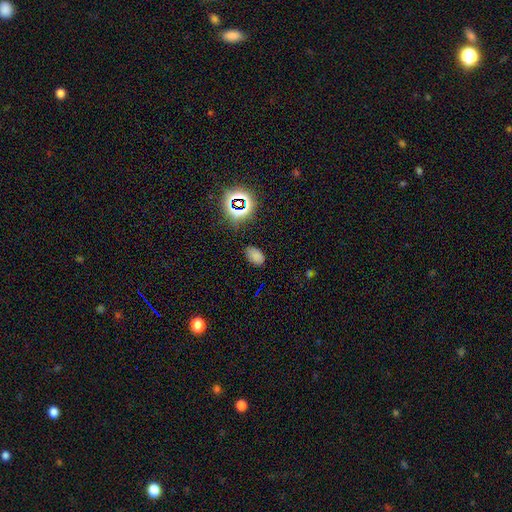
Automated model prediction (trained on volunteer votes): A smooth galaxy with no disk features (69%) that is in between round and cigar-shaped (91%). Merging: none (79%).